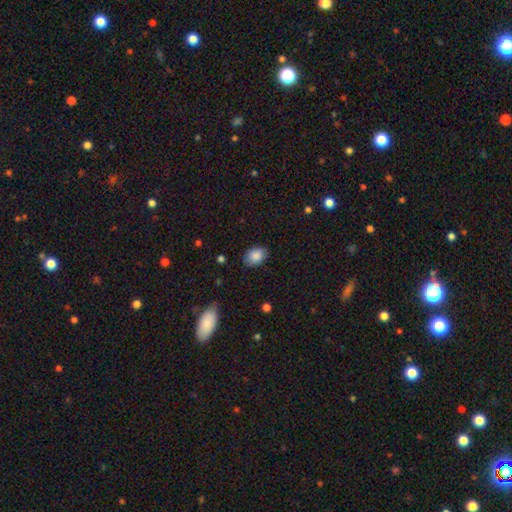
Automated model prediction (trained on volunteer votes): Smooth or featured? smooth (87%)
How rounded? in between (79%)
Merging? none (82%)